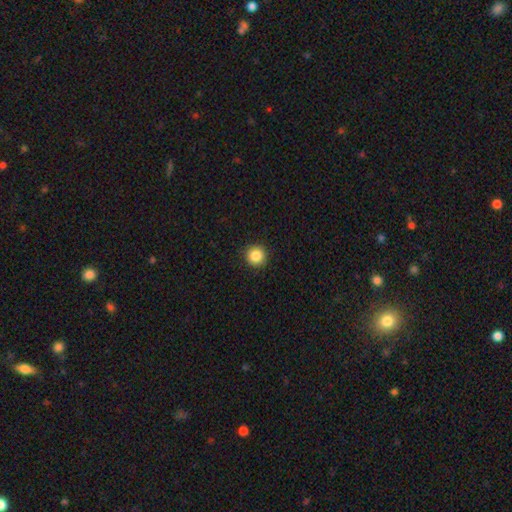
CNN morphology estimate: This is clearly a smooth galaxy (86%). How rounded: clearly round (95%). Merging: clearly none (92%).